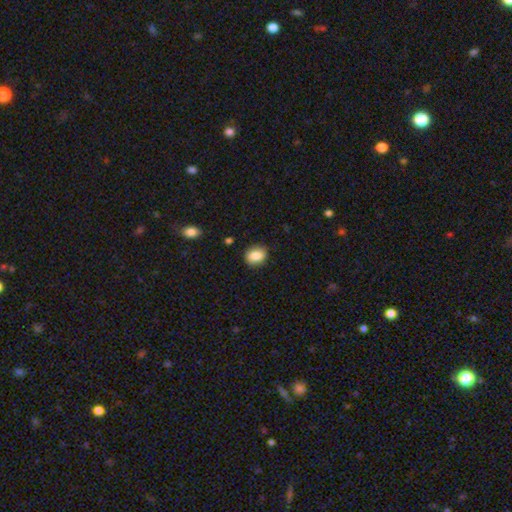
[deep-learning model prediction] Smooth or featured: smooth — 86% (star or artifact — 8%)
How rounded: round — 55% (in between — 44%)
Merging: none — 87% (minor disturbance — 9%)